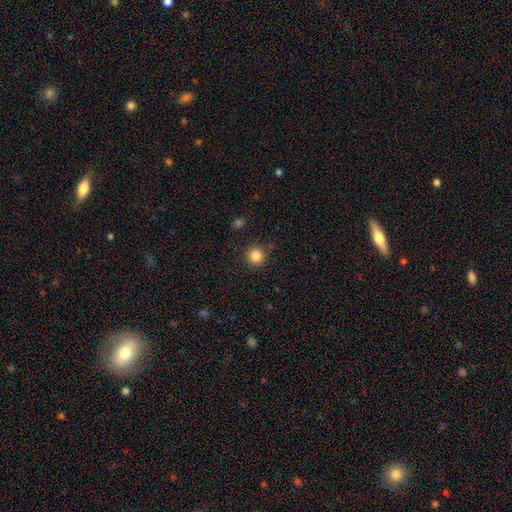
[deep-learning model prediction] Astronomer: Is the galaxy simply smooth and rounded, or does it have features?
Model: smooth — 84%.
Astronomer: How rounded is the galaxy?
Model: round — 94%.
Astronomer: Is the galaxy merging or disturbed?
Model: none — 88%.